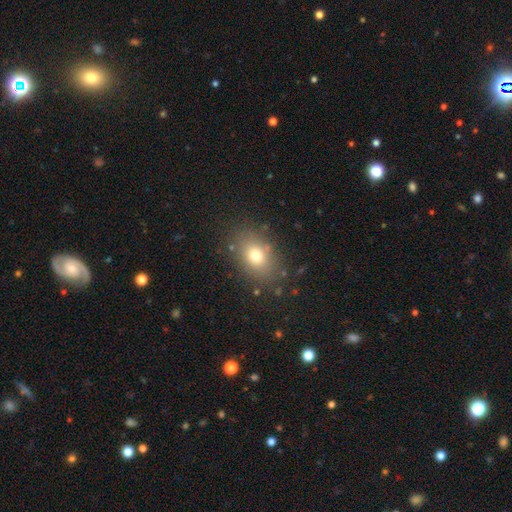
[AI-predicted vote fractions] Morphology: type=smooth (73%); roundness=in between (68%); merging=none (82%).